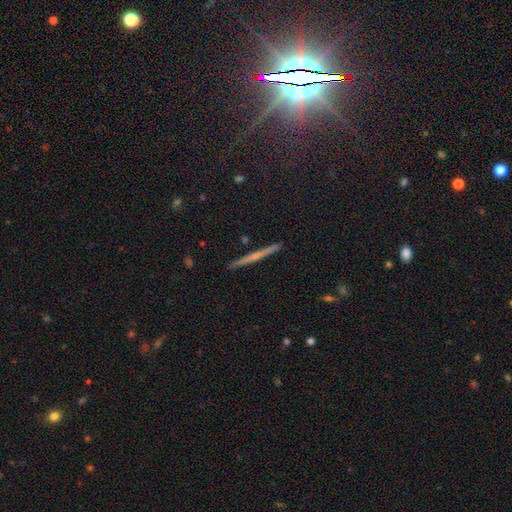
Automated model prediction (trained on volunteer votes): Smooth or featured?
  - featured or disk: 56% *
  - smooth: 35%
  - star or artifact: 9%
Edge-on disk?
  - yes: 98% *
  - no: 2%
Edge-on bulge?
  - none: 66% *
  - rounded: 28%
  - boxy: 6%
Merging?
  - none: 92% *
  - minor disturbance: 5%
  - merger: 1%
  - major disturbance: 1%